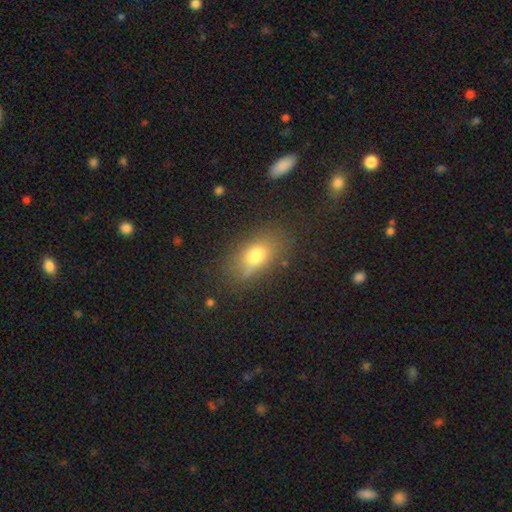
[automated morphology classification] type=smooth (72%); roundness=in between (83%); merging=none (69%).